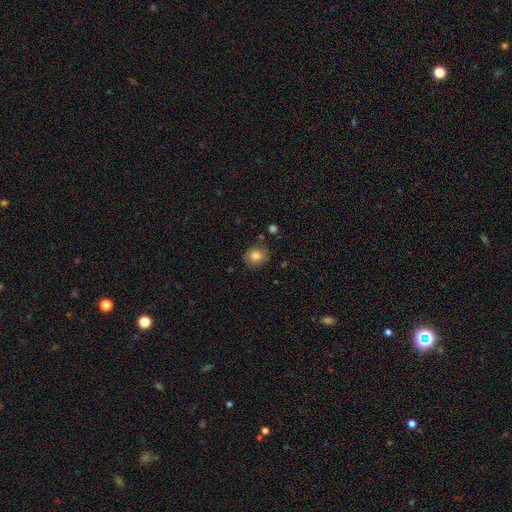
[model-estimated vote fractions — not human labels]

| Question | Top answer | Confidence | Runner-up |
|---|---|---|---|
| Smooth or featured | smooth | 79% | featured or disk (12%) |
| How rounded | round | 72% | in between (27%) |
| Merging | none | 78% | minor disturbance (16%) |